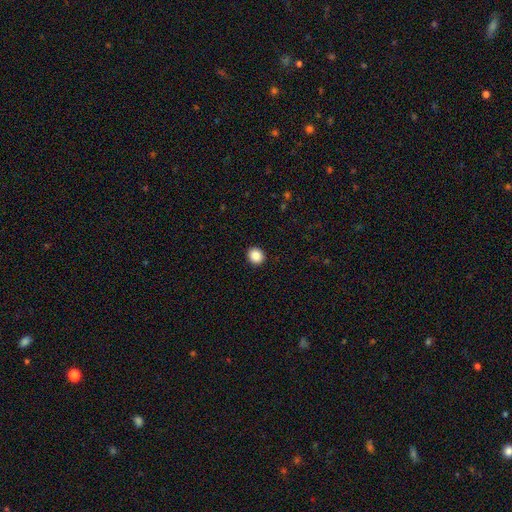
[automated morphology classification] smooth-or-featured: smooth: 87% | star or artifact: 9% | featured or disk: 4%
  how-rounded: round: 84% | in between: 16% | cigar-shaped: 1%
  merging: none: 93% | minor disturbance: 5% | major disturbance: 2% | merger: 1%